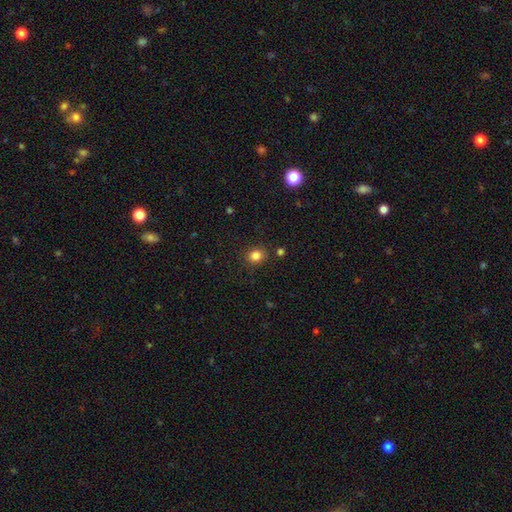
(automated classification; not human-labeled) A smooth galaxy with no disk features (83%) that is round (78%). Merging: none (87%).